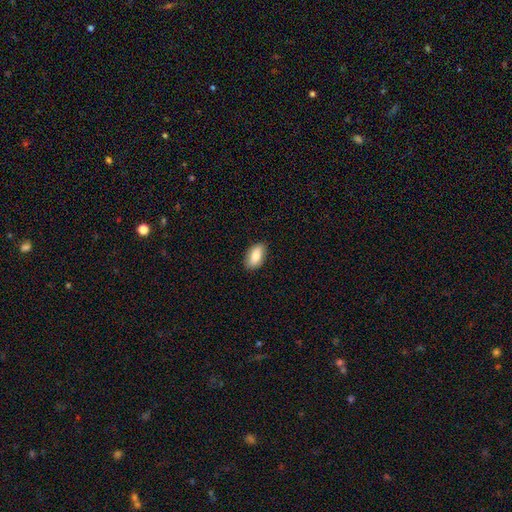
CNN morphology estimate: smooth_or_featured: smooth (p=0.81) [alt: featured or disk p=0.13]
how_rounded: in between (p=0.92) [alt: cigar-shaped p=0.04]
merging: none (p=0.87) [alt: minor disturbance p=0.10]